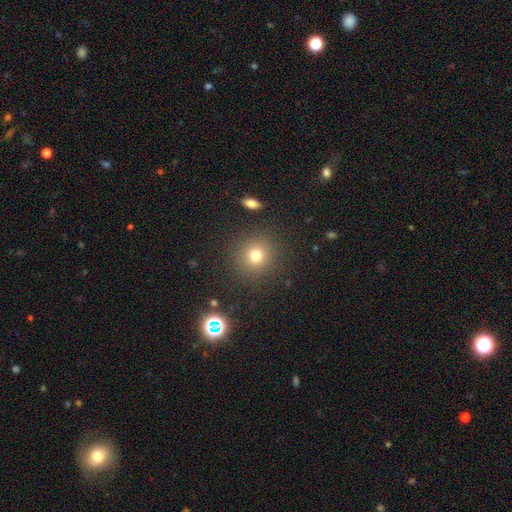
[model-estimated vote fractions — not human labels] Smooth or featured?
  - smooth: 74% *
  - star or artifact: 16%
  - featured or disk: 9%
How rounded?
  - round: 89% *
  - in between: 10%
  - cigar-shaped: 1%
Merging?
  - none: 88% *
  - minor disturbance: 7%
  - major disturbance: 3%
  - merger: 2%